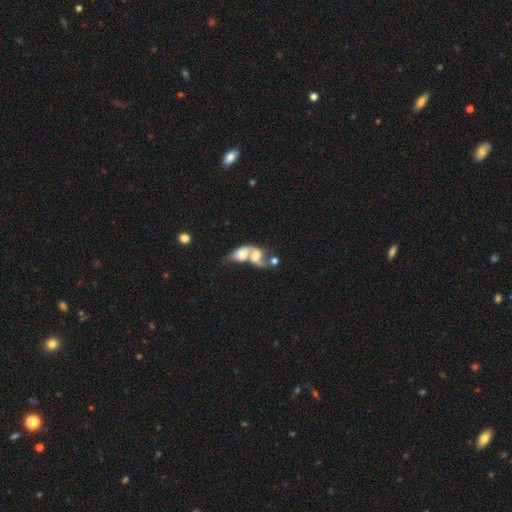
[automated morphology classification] smooth_or_featured: featured or disk (p=0.62) [alt: smooth p=0.30]
disk_edge_on: no (p=0.96) [alt: yes p=0.04]
bar: no (p=0.63) [alt: weak p=0.28]
has_spiral_arms: yes (p=0.76) [alt: no p=0.24]
bulge_size: moderate (p=0.39) [alt: large p=0.24]
merging: merger (p=0.79) [alt: none p=0.09]